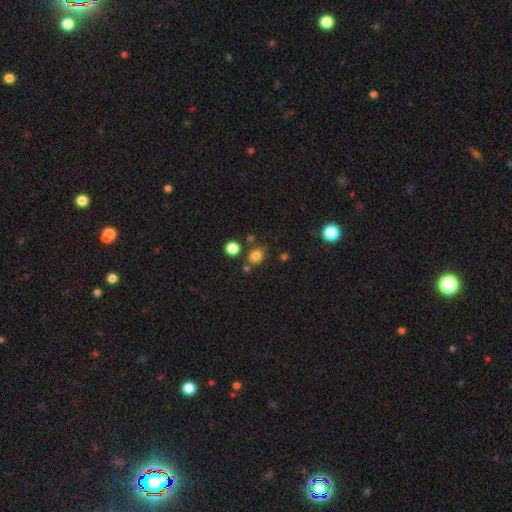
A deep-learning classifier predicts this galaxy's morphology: This is likely a smooth galaxy (79%). How rounded: likely round (68%). Merging: likely none (73%).